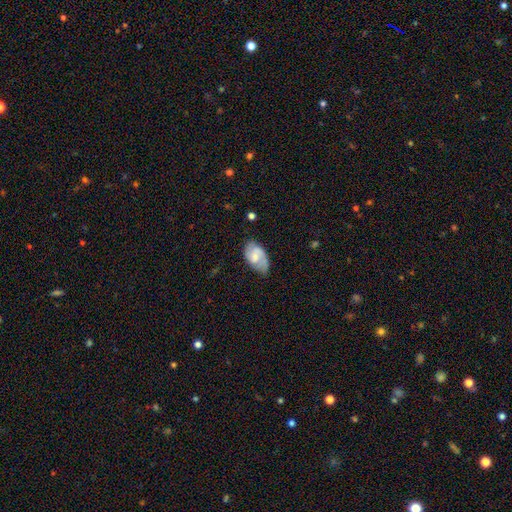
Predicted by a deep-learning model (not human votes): This appears to be a featured or disk galaxy (61%) with a weak bar (47%), 2 (75%) medium (47%) spiral arms (90%) and a moderate central bulge (38%). Merging: none (63%).